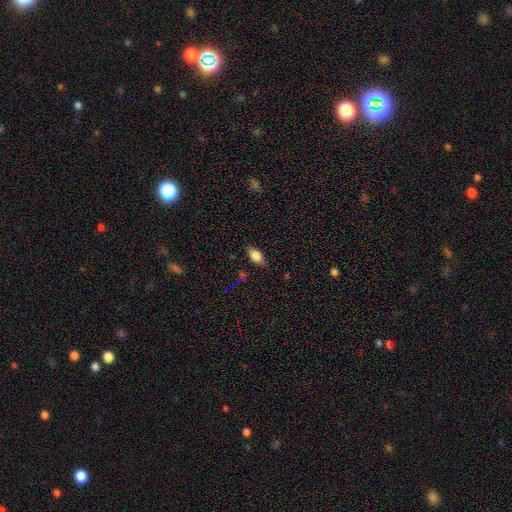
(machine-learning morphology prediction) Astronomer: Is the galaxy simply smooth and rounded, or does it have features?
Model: smooth — 84%.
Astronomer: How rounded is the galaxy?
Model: in between — 90%.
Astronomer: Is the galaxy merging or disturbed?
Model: none — 83%.